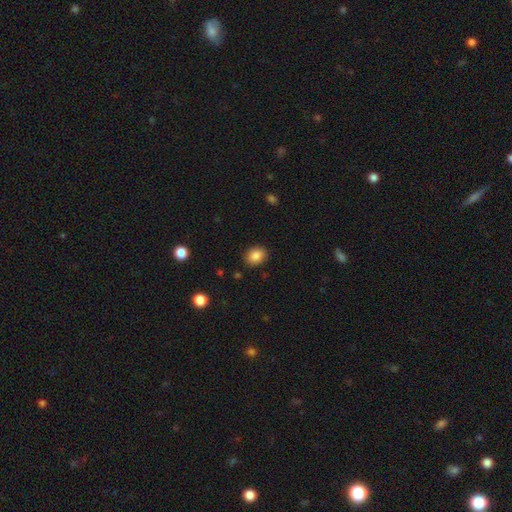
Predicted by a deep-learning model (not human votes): A smooth galaxy with no disk features (86%) that is in between round and cigar-shaped (51%). Merging: none (88%).